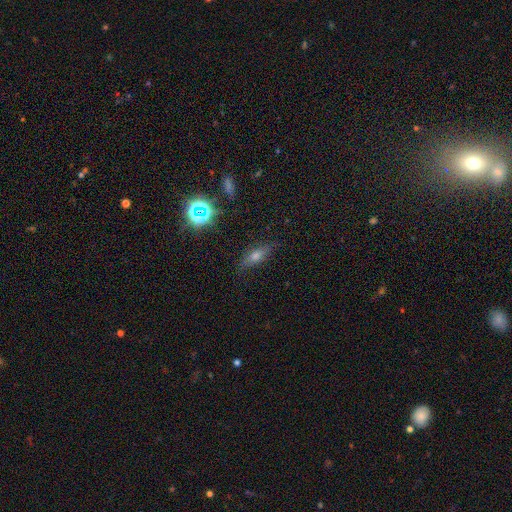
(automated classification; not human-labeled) smooth_or_featured: smooth (p=0.41) [alt: featured or disk p=0.40]
merging: none (p=0.79) [alt: minor disturbance p=0.15]